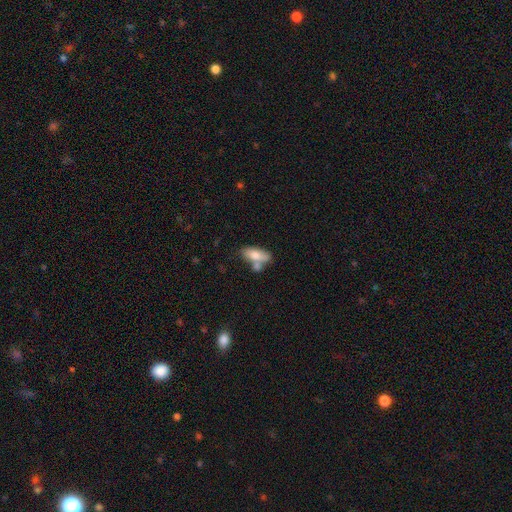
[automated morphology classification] Q: Smooth or featured?
A: smooth (74%); runner-up: featured or disk (19%)
Q: How rounded?
A: in between (83%); runner-up: cigar-shaped (14%)
Q: Merging?
A: none (46%); runner-up: merger (32%)